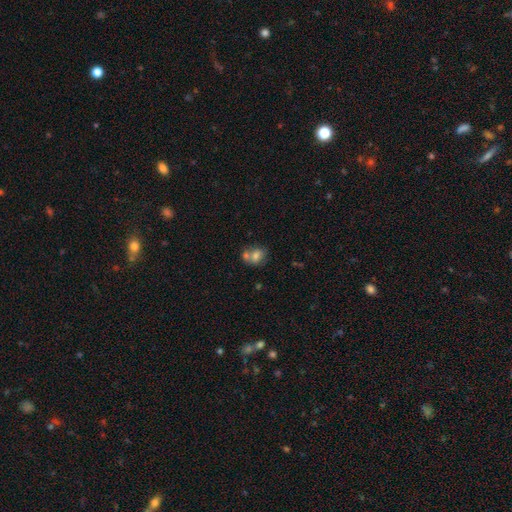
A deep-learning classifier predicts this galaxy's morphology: The model was most divided on "how rounded": in between: 51%, round: 48%, cigar-shaped: 1%. Remaining: smooth or featured — smooth (71%); merging — merger (45%).